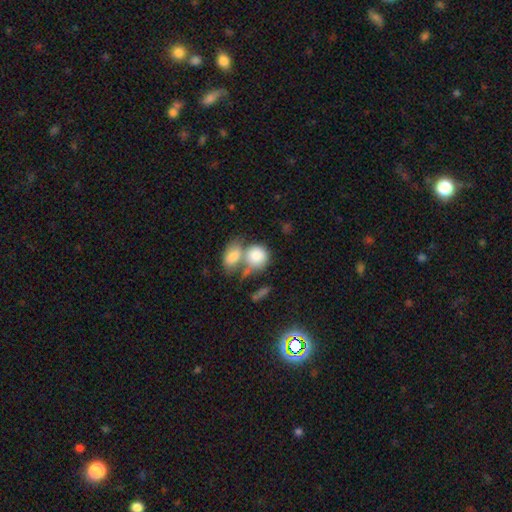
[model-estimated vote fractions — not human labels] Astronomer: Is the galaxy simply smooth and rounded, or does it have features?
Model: smooth — 82%.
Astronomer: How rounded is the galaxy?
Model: round — 59% (runner-up: in between, 39%).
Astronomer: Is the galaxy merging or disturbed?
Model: merger — 60%.